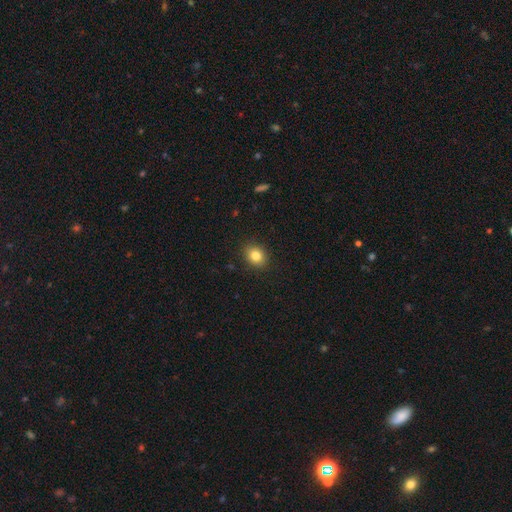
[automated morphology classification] Overall: smooth (82%). How rounded: round (50%, tied with in between). Merging: none (89%).